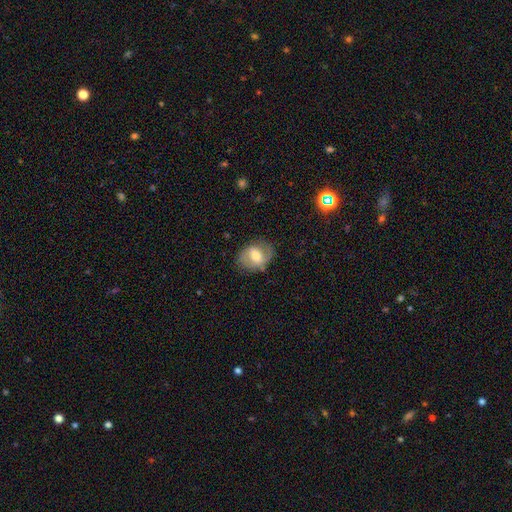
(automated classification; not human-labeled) Morphology: type=featured or disk (51%); edge-on=no (95%); merging=none (71%).